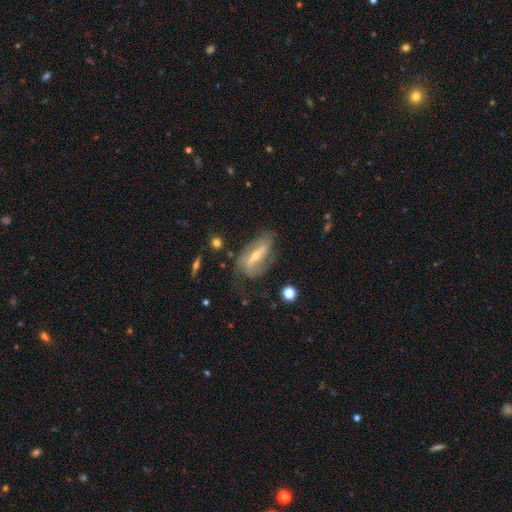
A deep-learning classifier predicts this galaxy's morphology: smooth-or-featured: featured or disk: 77% | smooth: 16% | star or artifact: 7%
  disk-edge-on: no: 82% | yes: 18%
    bar: strong: 56% | weak: 26% | no: 18%
    has-spiral-arms: yes: 82% | no: 18%
      spiral-winding: loose: 43% | medium: 35% | tight: 22%
      spiral-arm-count: 2: 66% | can't tell: 18% | 1: 9% | 3: 4% | 4: 2% | more than 4: 1%
    bulge-size: small: 58% | moderate: 39% | large: 2% | none: 1% | dominant: 1%
  merging: none: 55% | minor disturbance: 24% | major disturbance: 17% | merger: 3%